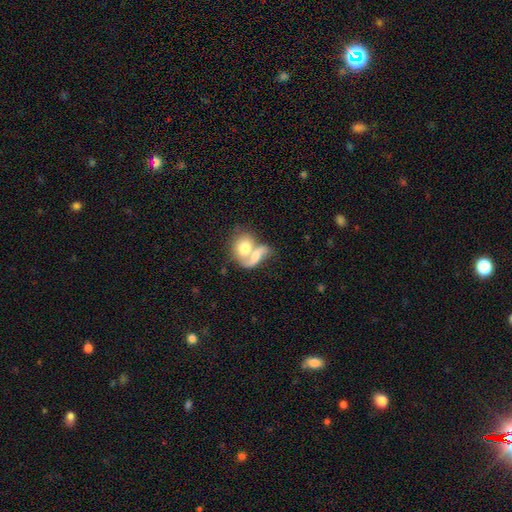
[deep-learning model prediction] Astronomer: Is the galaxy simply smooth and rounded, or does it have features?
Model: smooth — 54% (runner-up: featured or disk, 39%).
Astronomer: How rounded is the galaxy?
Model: in between — 65%.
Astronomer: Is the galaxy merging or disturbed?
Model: merger — 74%.